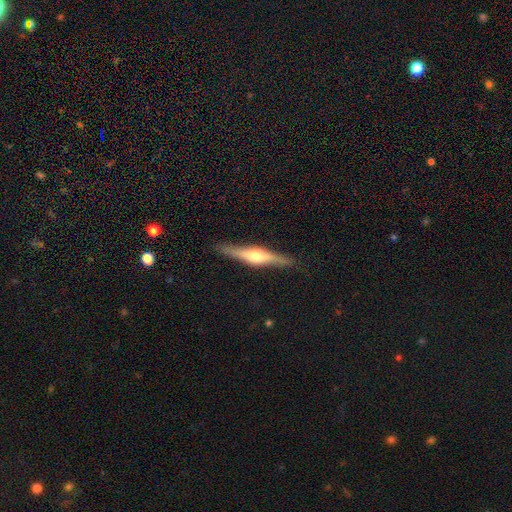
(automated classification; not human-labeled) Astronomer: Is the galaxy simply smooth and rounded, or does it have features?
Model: featured or disk — 72%.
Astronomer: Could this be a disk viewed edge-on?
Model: yes — 97%.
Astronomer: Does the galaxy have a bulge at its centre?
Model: rounded — 82%.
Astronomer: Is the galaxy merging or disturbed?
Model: none — 89%.